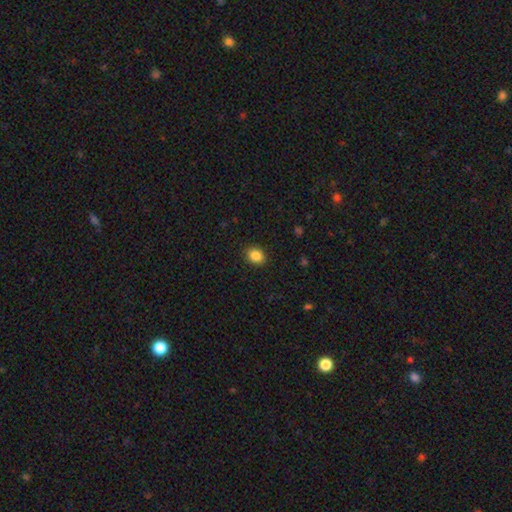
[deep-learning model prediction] Morphology: type=smooth (86%); roundness=round (50%); merging=none (90%).